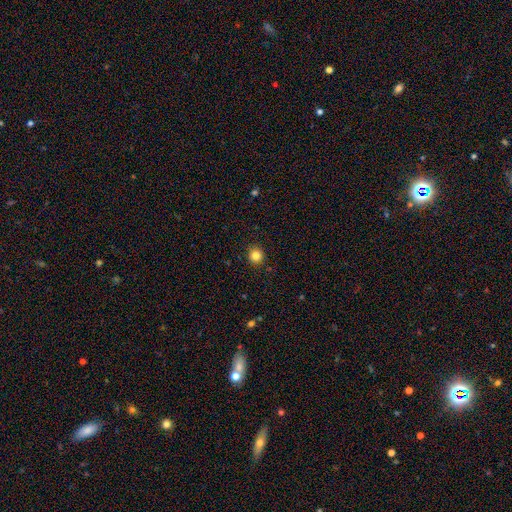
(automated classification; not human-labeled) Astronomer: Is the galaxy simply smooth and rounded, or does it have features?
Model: smooth — 83%.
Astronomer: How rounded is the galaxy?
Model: round — 92%.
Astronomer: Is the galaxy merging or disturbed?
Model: none — 92%.